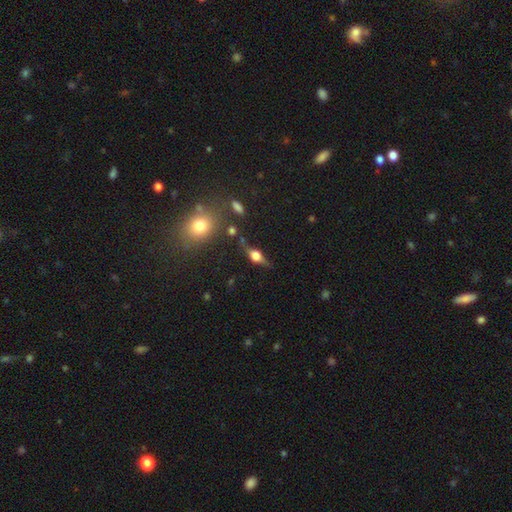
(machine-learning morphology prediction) Smooth or featured? featured or disk (60%)
Edge-on disk? yes (87%)
Edge-on bulge? rounded (93%)
Merging? none (71%)